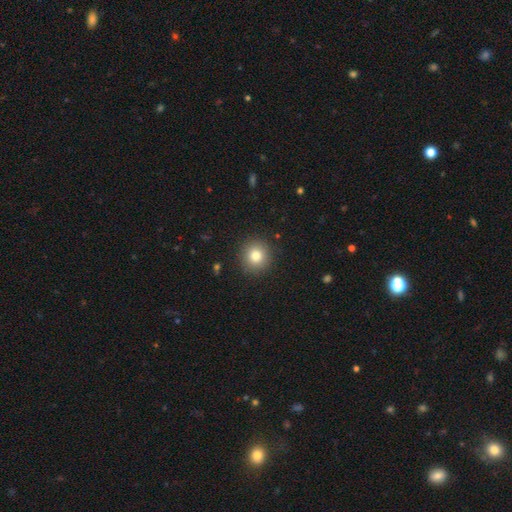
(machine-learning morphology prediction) smooth 80%, star or artifact 11%, featured or disk 9%. Down the decision tree: how rounded — round (92%); merging — none (91%).